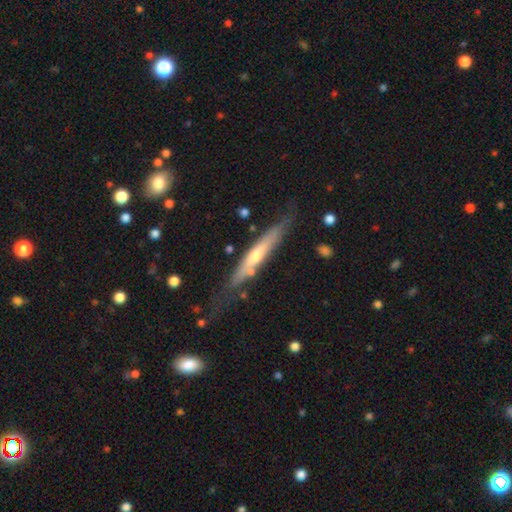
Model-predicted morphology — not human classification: type=featured or disk (67%); edge-on=yes (87%); edge-on bulge=rounded (68%); merging=none (72%).